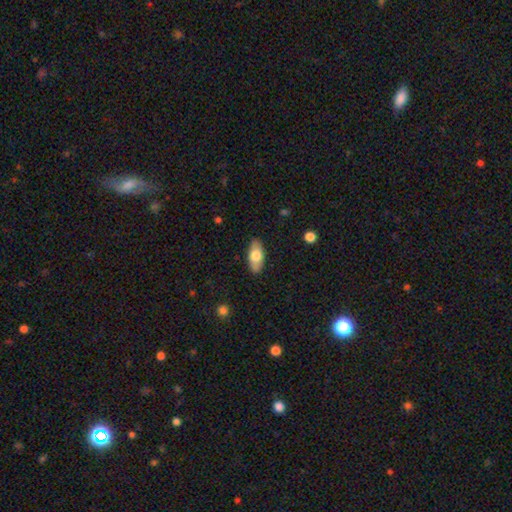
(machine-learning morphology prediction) smooth_or_featured: smooth (p=0.69) [alt: featured or disk p=0.26]
how_rounded: in between (p=0.87) [alt: cigar-shaped p=0.10]
merging: none (p=0.87) [alt: minor disturbance p=0.10]